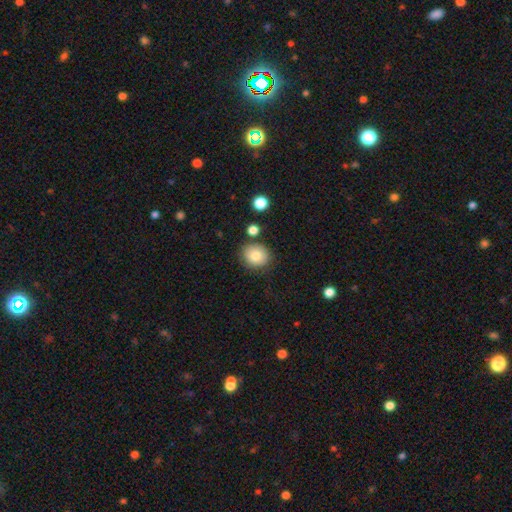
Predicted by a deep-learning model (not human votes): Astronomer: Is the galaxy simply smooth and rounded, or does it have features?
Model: smooth — 81%.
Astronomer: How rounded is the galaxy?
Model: round — 78%.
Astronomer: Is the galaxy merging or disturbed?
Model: none — 80%.